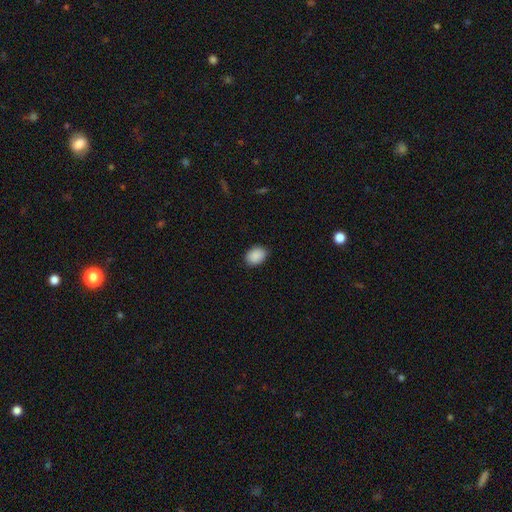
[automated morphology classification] smooth-or-featured: smooth: 90% | star or artifact: 7% | featured or disk: 3%
  how-rounded: in between: 72% | round: 27% | cigar-shaped: 1%
  merging: none: 86% | minor disturbance: 11% | major disturbance: 2% | merger: 1%